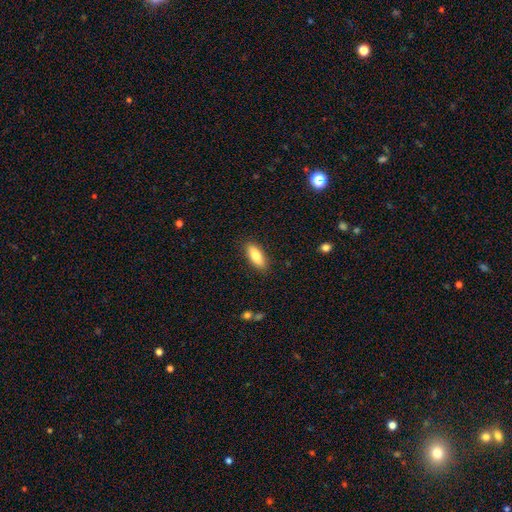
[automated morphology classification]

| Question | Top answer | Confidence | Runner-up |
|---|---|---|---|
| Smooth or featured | smooth | 81% | featured or disk (12%) |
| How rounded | in between | 79% | cigar-shaped (19%) |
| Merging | none | 87% | minor disturbance (10%) |